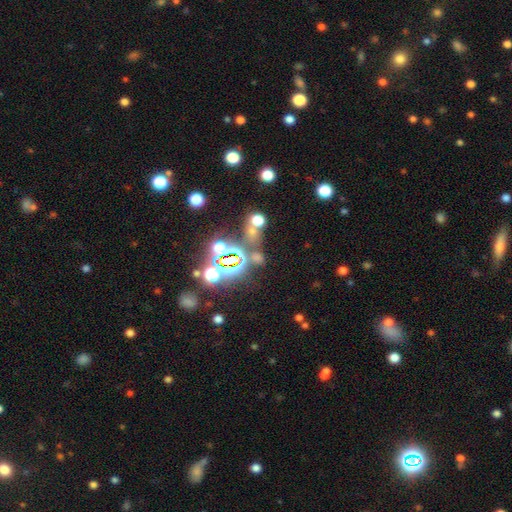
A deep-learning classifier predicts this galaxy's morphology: Overall: star or artifact (67%).